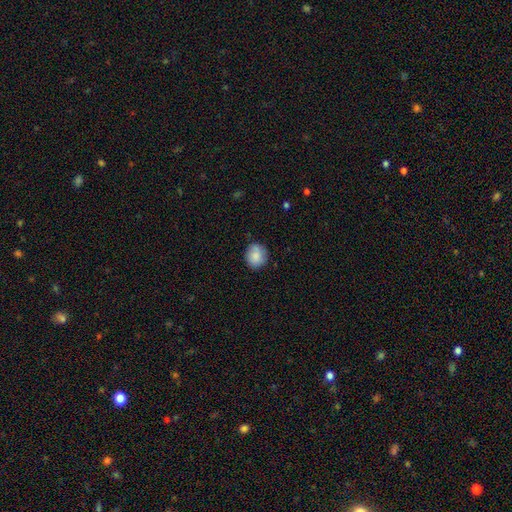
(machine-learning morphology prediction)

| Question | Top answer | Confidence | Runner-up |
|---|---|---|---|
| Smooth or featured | smooth | 85% | star or artifact (8%) |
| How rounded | round | 79% | in between (20%) |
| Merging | none | 79% | minor disturbance (16%) |